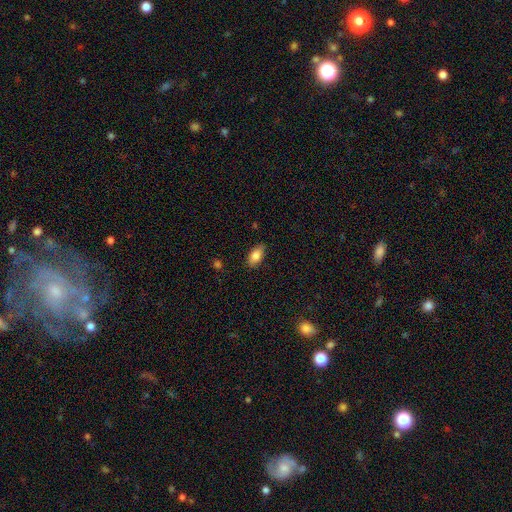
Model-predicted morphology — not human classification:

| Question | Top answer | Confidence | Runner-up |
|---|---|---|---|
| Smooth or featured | smooth | 83% | featured or disk (9%) |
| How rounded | in between | 90% | cigar-shaped (6%) |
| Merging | none | 85% | minor disturbance (12%) |